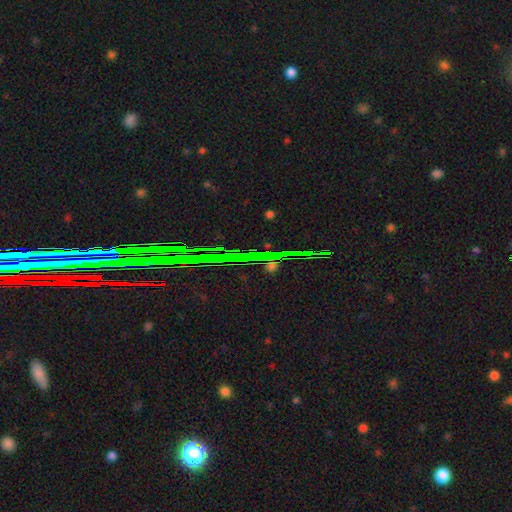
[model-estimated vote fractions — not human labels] Smooth or featured? Predicted: star or artifact (p=0.74).